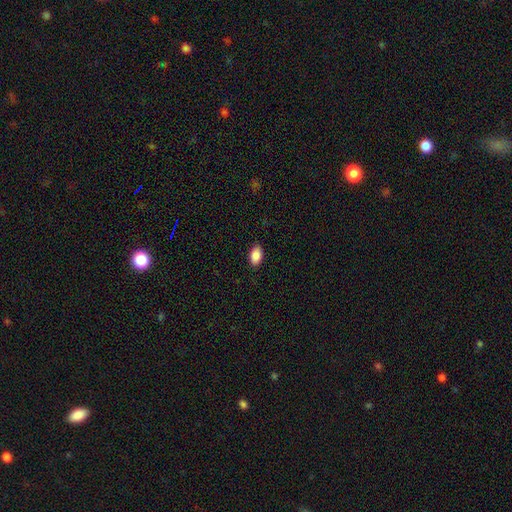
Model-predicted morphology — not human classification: smooth_or_featured: smooth (p=0.88) [alt: star or artifact p=0.07]
how_rounded: in between (p=0.92) [alt: round p=0.07]
merging: none (p=0.88) [alt: minor disturbance p=0.09]